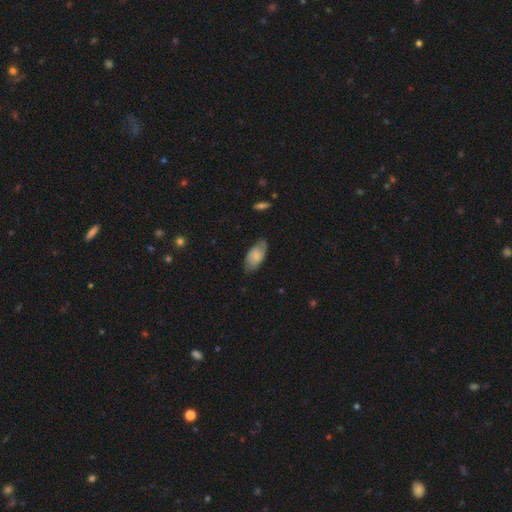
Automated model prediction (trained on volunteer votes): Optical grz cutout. It shows a smooth galaxy with no disk features (72%) that is in between round and cigar-shaped (92%). Merging: none (71%).